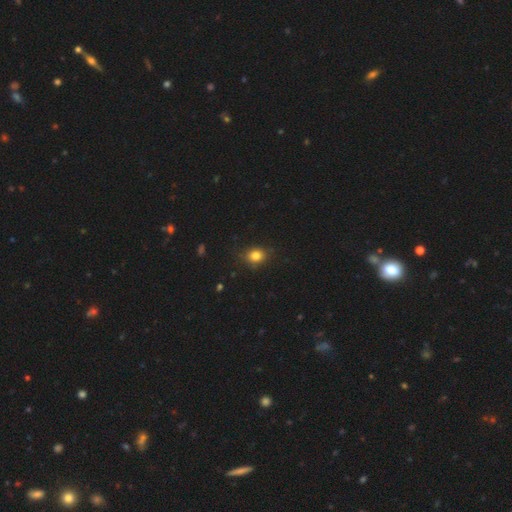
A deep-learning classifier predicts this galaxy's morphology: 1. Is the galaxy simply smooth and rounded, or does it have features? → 81% smooth, 12% star or artifact, 7% featured or disk.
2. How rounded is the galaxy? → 57% round, 42% in between, 1% cigar-shaped.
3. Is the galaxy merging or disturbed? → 81% none, 15% minor disturbance, 3% major disturbance, 1% merger.